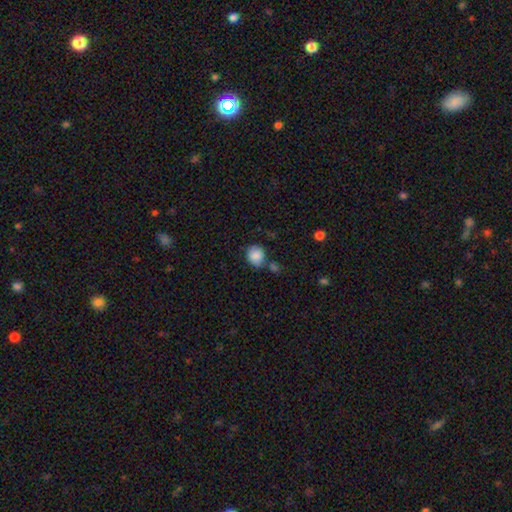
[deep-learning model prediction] smooth_or_featured: smooth (p=0.87) [alt: star or artifact p=0.09]
how_rounded: round (p=0.70) [alt: in between p=0.29]
merging: none (p=0.65) [alt: minor disturbance p=0.17]